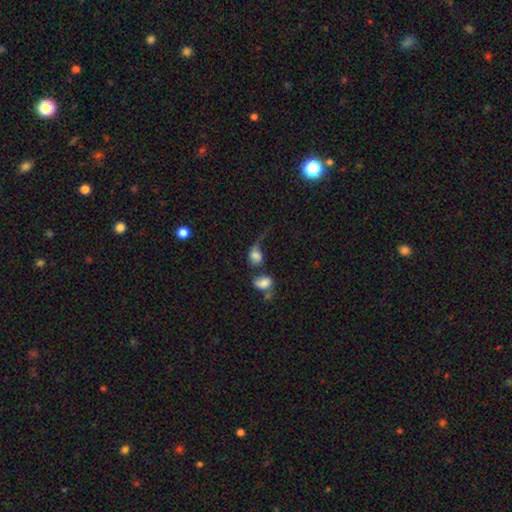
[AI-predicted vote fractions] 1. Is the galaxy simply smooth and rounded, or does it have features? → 65% smooth, 25% featured or disk, 10% star or artifact.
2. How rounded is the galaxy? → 53% in between, 44% round, 3% cigar-shaped.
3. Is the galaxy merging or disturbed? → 37% major disturbance, 31% merger, 18% none, 14% minor disturbance.